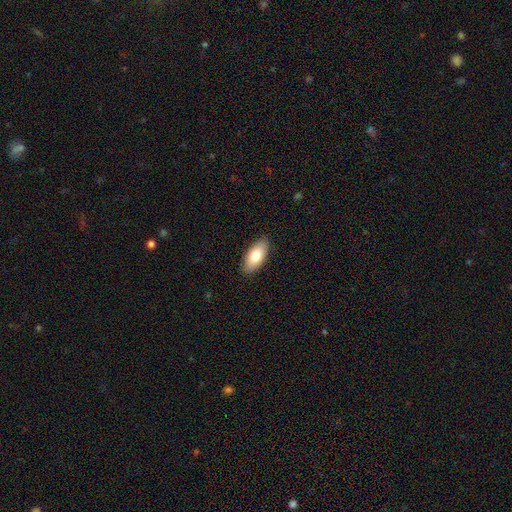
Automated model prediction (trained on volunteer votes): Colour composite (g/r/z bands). It shows a smooth galaxy with no disk features (78%) that is in between round and cigar-shaped (89%). Merging: none (88%).